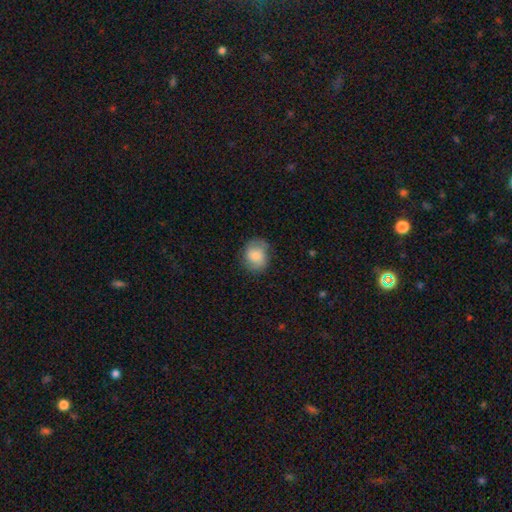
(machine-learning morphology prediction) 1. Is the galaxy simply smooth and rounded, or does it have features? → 74% smooth, 18% featured or disk, 8% star or artifact.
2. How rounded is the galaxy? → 63% round, 36% in between, 1% cigar-shaped.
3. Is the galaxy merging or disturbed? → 72% none, 21% minor disturbance, 6% major disturbance, 1% merger.